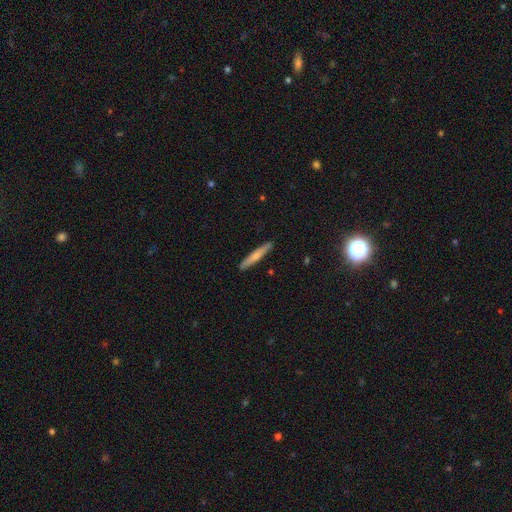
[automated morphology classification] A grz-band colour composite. It shows a smooth galaxy with no disk features (65%) that is cigar-shaped (94%). Merging: none (90%).